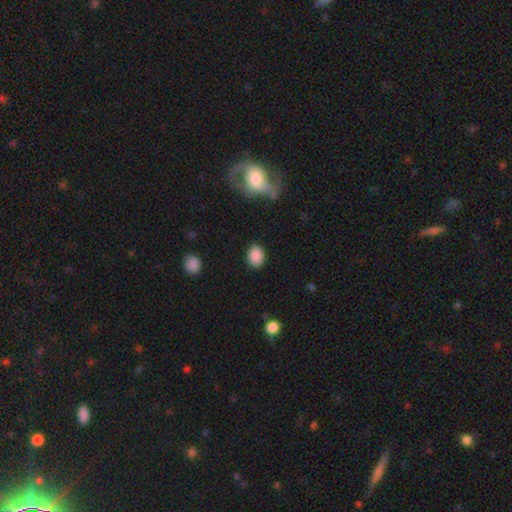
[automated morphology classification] Smooth or featured? Predicted: smooth (p=0.88). How rounded? Predicted: in between (p=0.56). Merging? Predicted: none (p=0.86).